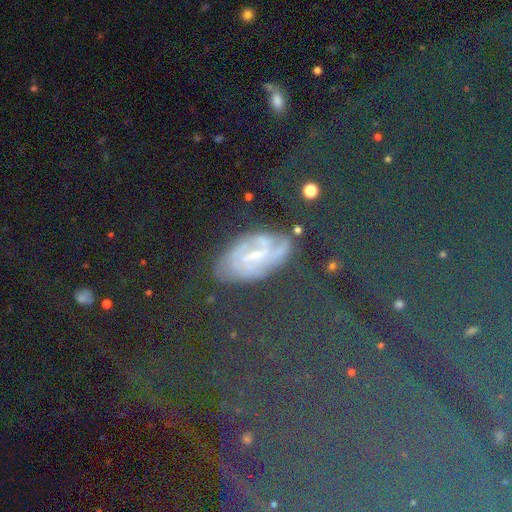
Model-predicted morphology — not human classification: type=featured or disk (42%); merging=none (70%).